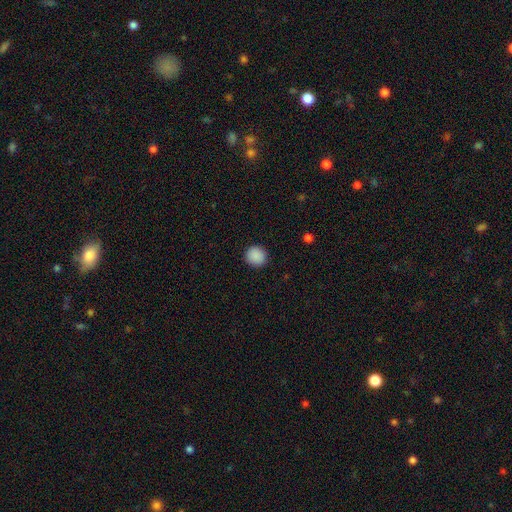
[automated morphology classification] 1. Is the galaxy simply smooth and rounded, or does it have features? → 89% smooth, 8% star or artifact, 2% featured or disk.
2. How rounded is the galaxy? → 93% round, 6% in between, 1% cigar-shaped.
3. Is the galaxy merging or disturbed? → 92% none, 5% minor disturbance, 2% major disturbance, 1% merger.